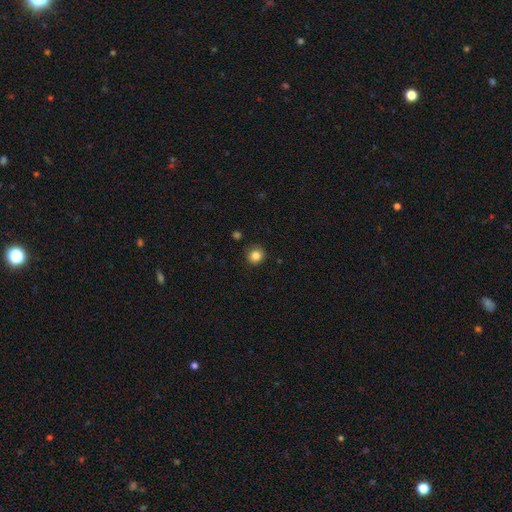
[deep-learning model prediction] A smooth galaxy with no disk features (84%) that is round (92%). Merging: none (89%).